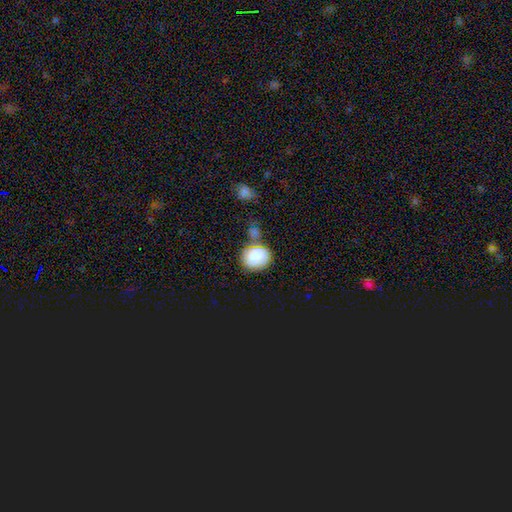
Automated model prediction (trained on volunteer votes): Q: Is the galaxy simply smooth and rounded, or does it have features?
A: smooth — 78%.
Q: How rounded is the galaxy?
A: round — 74%.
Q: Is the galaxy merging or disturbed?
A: none — 54%.